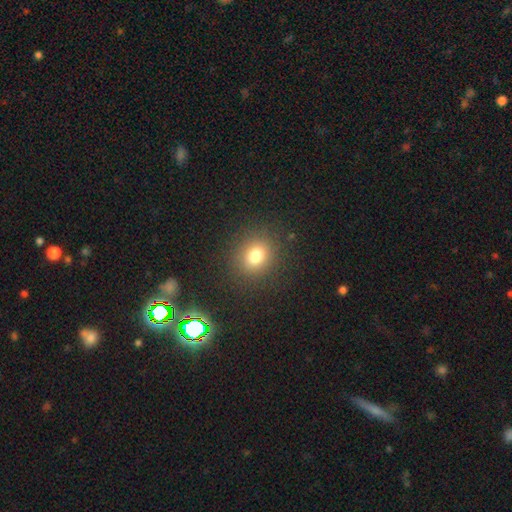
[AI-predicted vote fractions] Smooth or featured: smooth — 77% (star or artifact — 15%)
How rounded: round — 72% (in between — 27%)
Merging: none — 87% (minor disturbance — 8%)